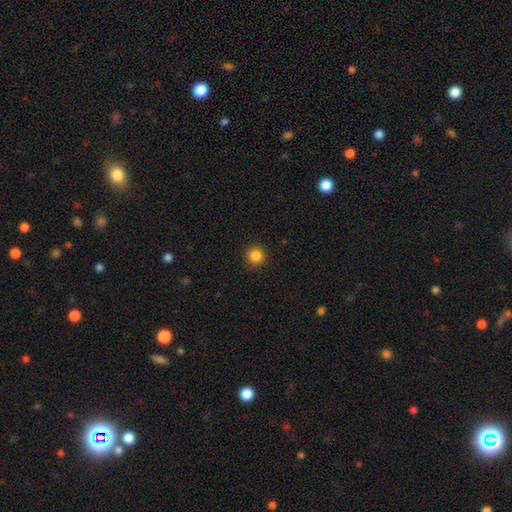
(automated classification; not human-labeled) Q: Smooth or featured?
A: smooth (85%); runner-up: star or artifact (12%)
Q: How rounded?
A: round (95%); runner-up: in between (4%)
Q: Merging?
A: none (92%); runner-up: minor disturbance (5%)